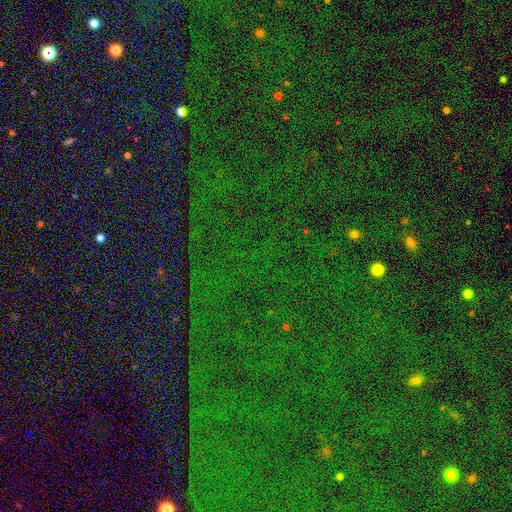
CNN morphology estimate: Q: Smooth or featured?
A: star or artifact (84%); runner-up: smooth (9%)